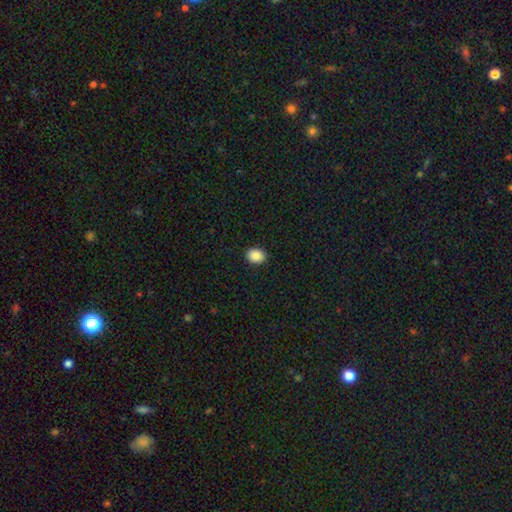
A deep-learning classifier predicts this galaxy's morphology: Overall: smooth (88%). How rounded: in between (57%; round 42%). Merging: none (90%).